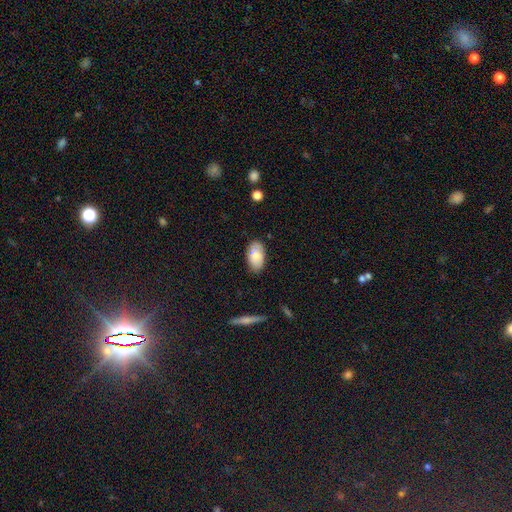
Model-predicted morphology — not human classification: Smooth or featured? smooth (77%)
How rounded? in between (94%)
Merging? none (76%)